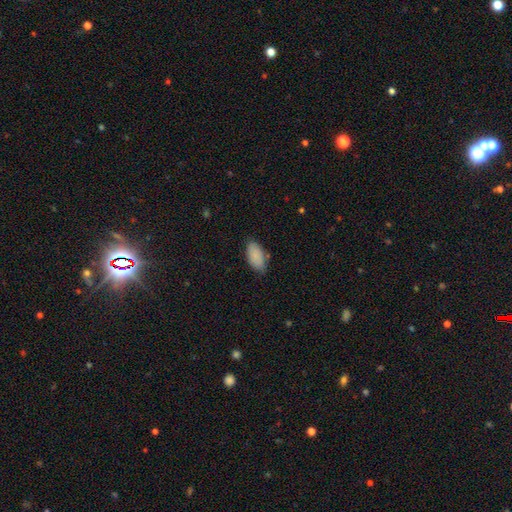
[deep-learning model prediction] A smooth galaxy with no disk features (88%) that is in between round and cigar-shaped (94%). Merging: none (75%).